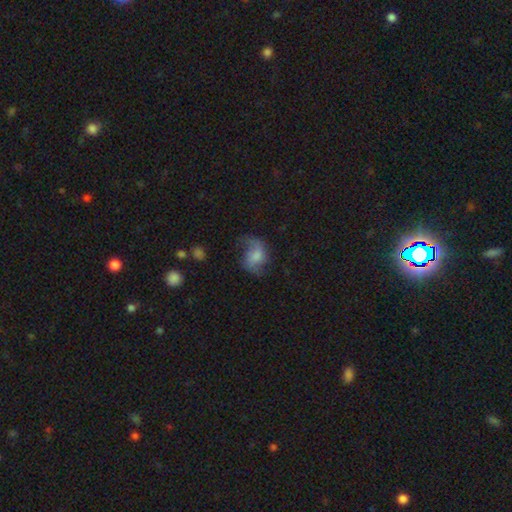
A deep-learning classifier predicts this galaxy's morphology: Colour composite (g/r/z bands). It shows a featured or disk galaxy (47%). Merging: none (41%).